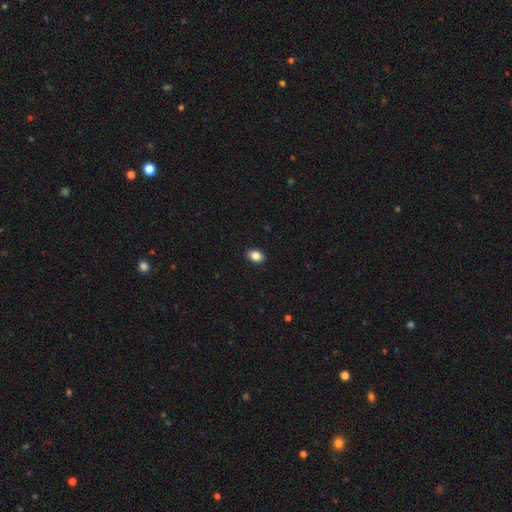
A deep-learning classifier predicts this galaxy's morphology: A smooth galaxy with no disk features (85%) that is in between round and cigar-shaped (74%).

Vote fractions:
- Smooth or featured? smooth: 85% / star or artifact: 9% / featured or disk: 6%
- How rounded? in between: 74% / round: 25% / cigar-shaped: 1%
- Merging? none: 90% / minor disturbance: 8% / major disturbance: 2% / merger: 1%